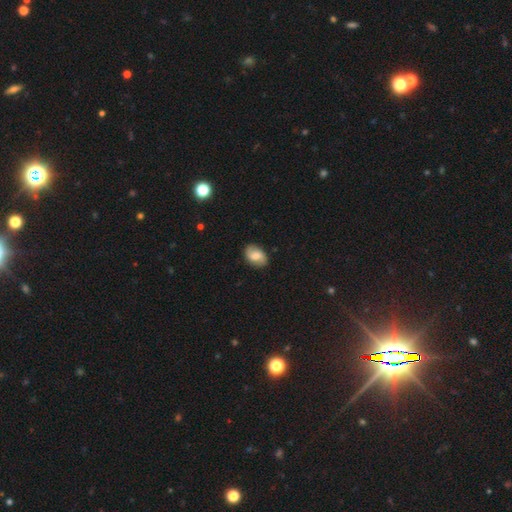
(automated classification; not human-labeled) Smooth or featured: smooth — 61% (featured or disk — 31%)
How rounded: in between — 83% (round — 16%)
Merging: none — 84% (minor disturbance — 12%)